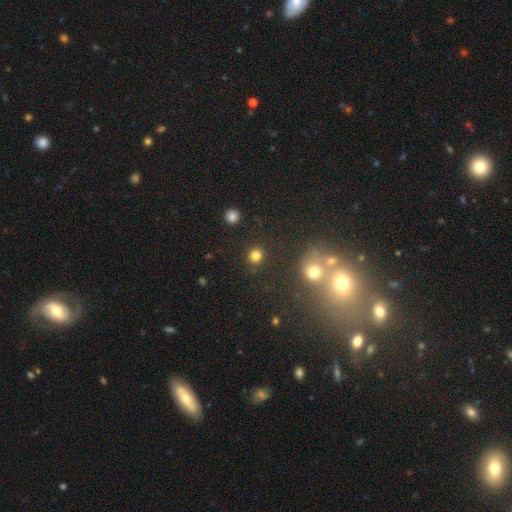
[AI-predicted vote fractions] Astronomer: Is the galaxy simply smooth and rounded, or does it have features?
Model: smooth — 81%.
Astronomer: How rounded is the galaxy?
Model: round — 91%.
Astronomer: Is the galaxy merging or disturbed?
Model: none — 90%.